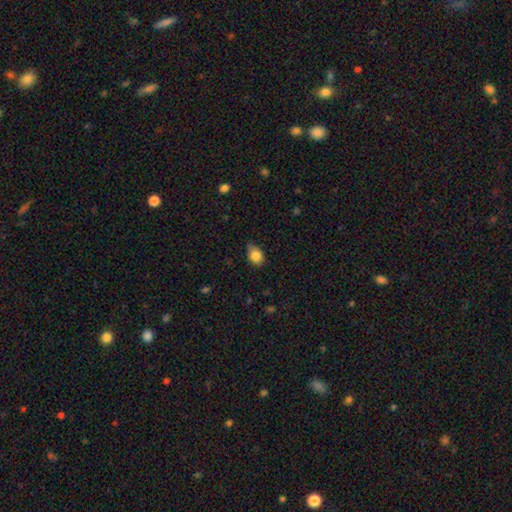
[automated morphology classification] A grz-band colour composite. It shows a smooth galaxy with no disk features (84%) that is in between round and cigar-shaped (65%). Merging: none (63%).